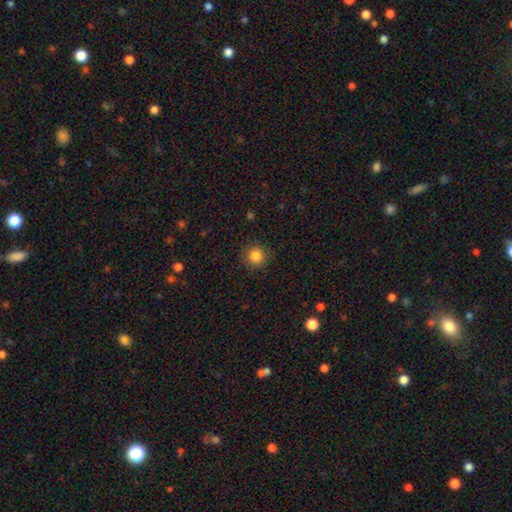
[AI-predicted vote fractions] This appears to be a smooth galaxy with no disk features (85%) that is round (94%). Merging: none (89%).